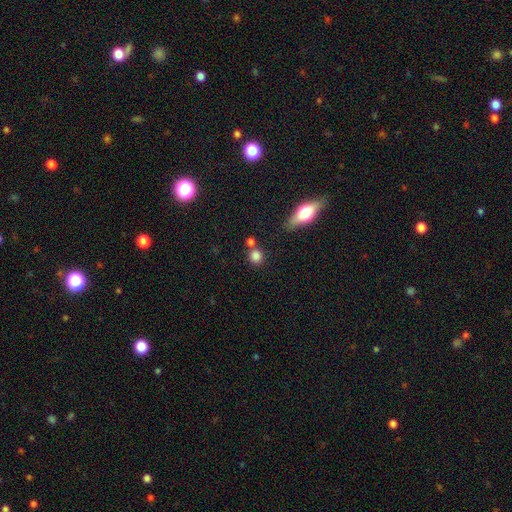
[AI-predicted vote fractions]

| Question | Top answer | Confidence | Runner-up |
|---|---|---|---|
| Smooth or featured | smooth | 82% | star or artifact (11%) |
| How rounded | round | 85% | in between (13%) |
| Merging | none | 68% | merger (19%) |